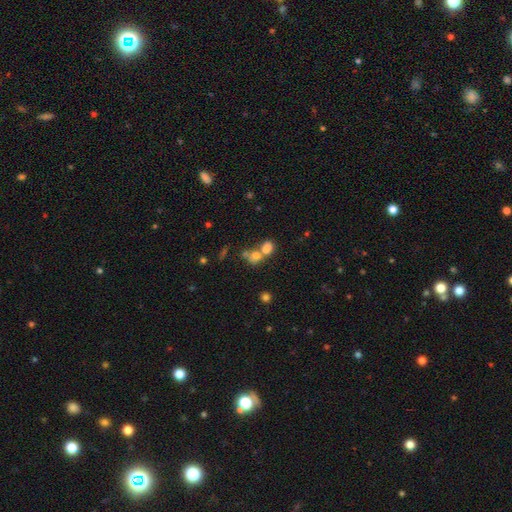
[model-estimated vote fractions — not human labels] Overall: smooth (71%). How rounded: round (52%; in between 46%). Merging: merger (62%; none 27%).